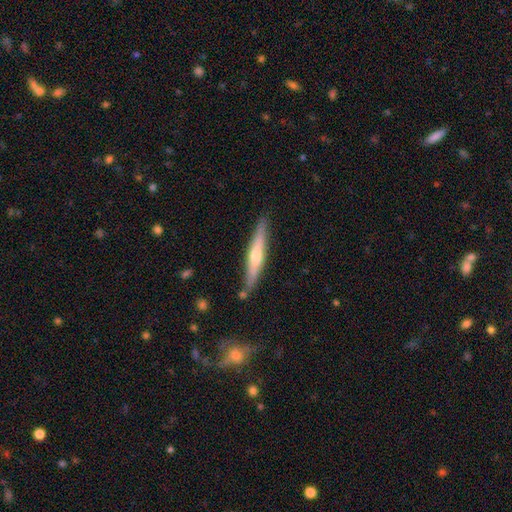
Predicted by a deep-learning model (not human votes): smooth_or_featured: featured or disk (p=0.59) [alt: smooth p=0.35]
disk_edge_on: yes (p=0.95) [alt: no p=0.05]
edge_on_bulge: rounded (p=0.81) [alt: none p=0.14]
merging: none (p=0.86) [alt: minor disturbance p=0.09]